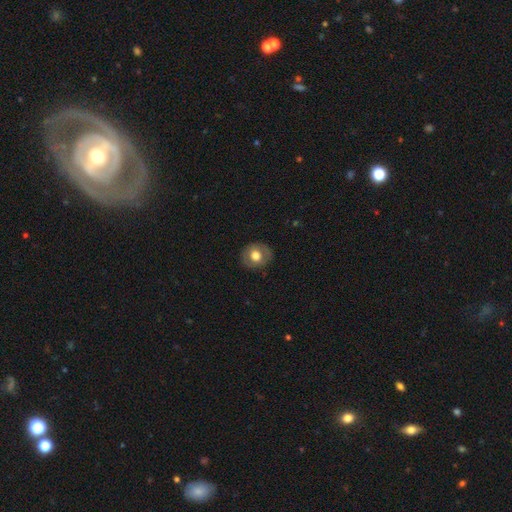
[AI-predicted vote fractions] This appears to be a smooth galaxy with no disk features (64%) that is round (78%). Merging: none (85%).